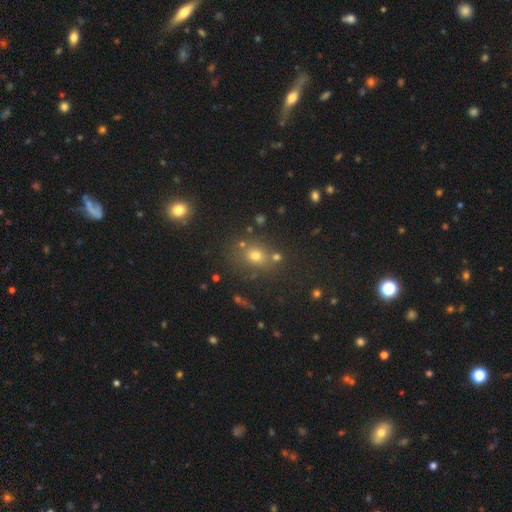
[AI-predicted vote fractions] smooth-or-featured: smooth: 67% | star or artifact: 22% | featured or disk: 11%
  how-rounded: round: 63% | in between: 35% | cigar-shaped: 1%
  merging: none: 73% | minor disturbance: 11% | merger: 11% | major disturbance: 5%